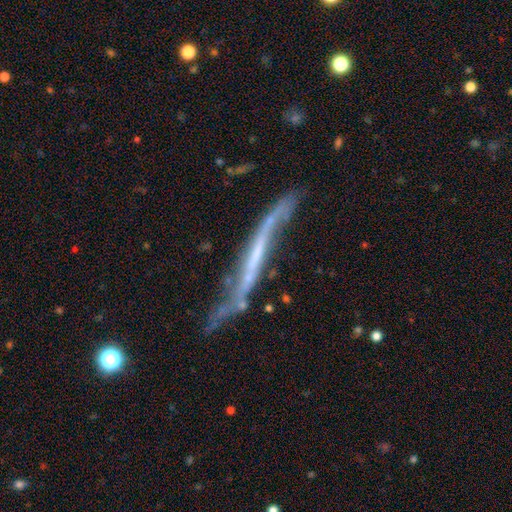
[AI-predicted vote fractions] A featured or disk galaxy (75%) viewed edge-on (73%) with no central bulge (78%).

Vote fractions:
- Smooth or featured? featured or disk: 75% / smooth: 18% / star or artifact: 7%
- Edge-on disk? yes: 73% / no: 27%
- Edge-on bulge? none: 78% / rounded: 11% / boxy: 11%
- Merging? none: 44% / minor disturbance: 27% / major disturbance: 20% / merger: 9%